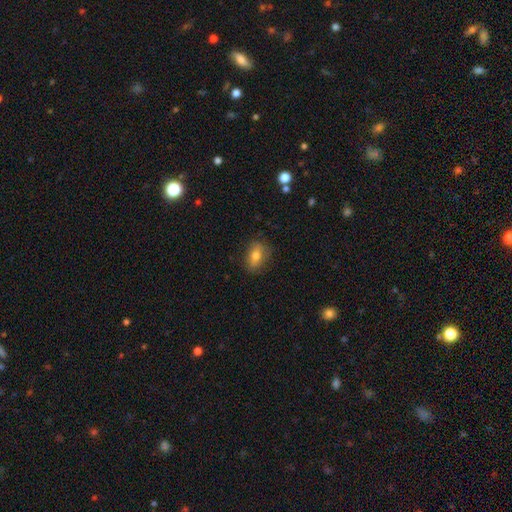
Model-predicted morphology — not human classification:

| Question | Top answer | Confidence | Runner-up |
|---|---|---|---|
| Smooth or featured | smooth | 74% | featured or disk (18%) |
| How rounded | in between | 79% | round (16%) |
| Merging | none | 80% | minor disturbance (16%) |